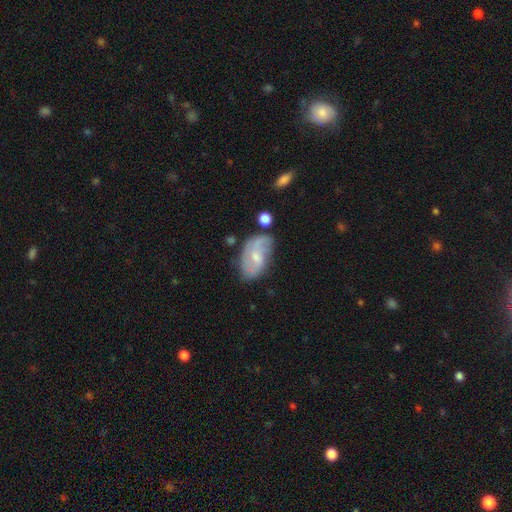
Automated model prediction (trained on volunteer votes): This appears to be a featured or disk galaxy (61%) with no bar (49%), spiral arms (80%) and a small central bulge (47%). Merging: none (53%).